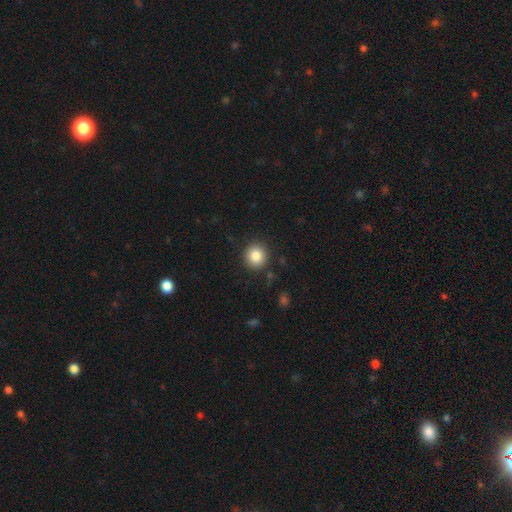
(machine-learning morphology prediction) Overall: smooth (86%). How rounded: round (89%). Merging: none (89%).